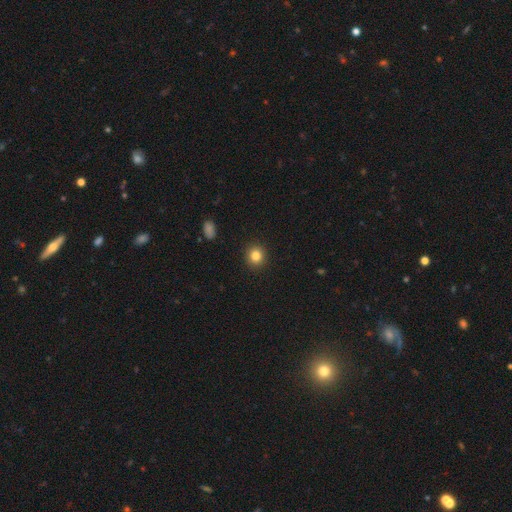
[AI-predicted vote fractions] smooth 83%, star or artifact 11%, featured or disk 5%. Down the decision tree: how rounded — round (88%); merging — none (92%).